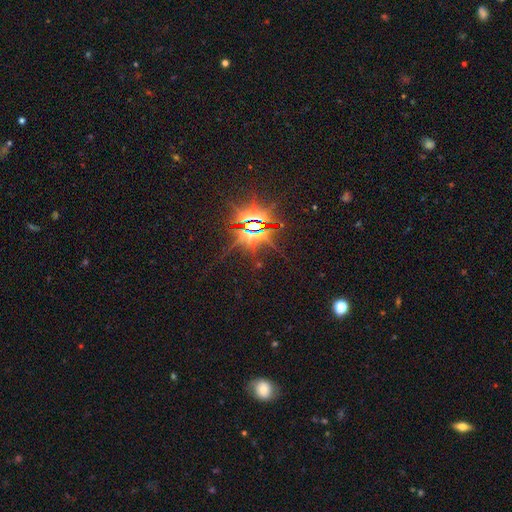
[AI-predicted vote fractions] Smooth or featured? star or artifact (85%)